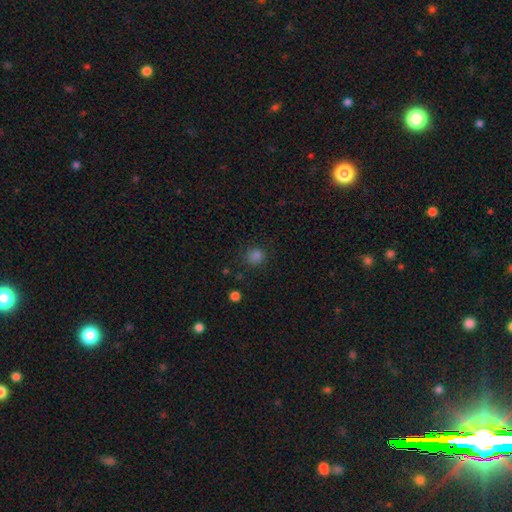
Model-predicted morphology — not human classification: This appears to be a smooth galaxy with no disk features (81%) that is round (84%). Merging: none (81%).